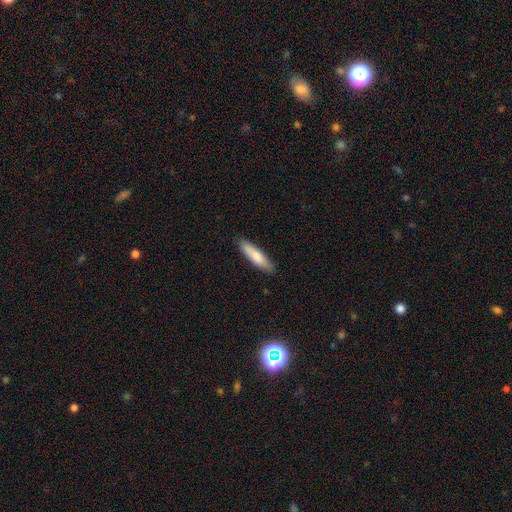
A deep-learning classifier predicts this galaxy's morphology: type=smooth (81%); roundness=cigar-shaped (72%); merging=none (86%).